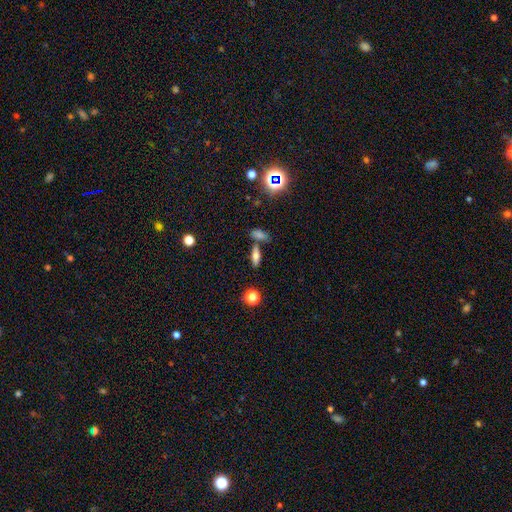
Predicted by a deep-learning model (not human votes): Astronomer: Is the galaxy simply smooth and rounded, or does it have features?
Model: smooth — 63%.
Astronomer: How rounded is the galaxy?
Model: in between — 63%.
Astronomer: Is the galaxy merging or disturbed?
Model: none — 62%.